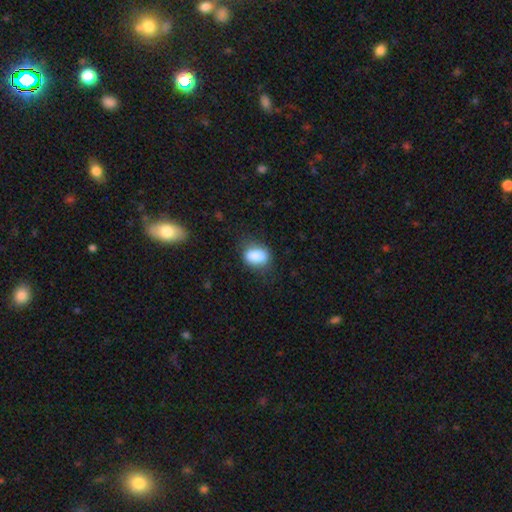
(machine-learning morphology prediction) Smooth or featured: smooth — 85% (star or artifact — 8%)
How rounded: in between — 81% (round — 14%)
Merging: none — 71% (minor disturbance — 20%)